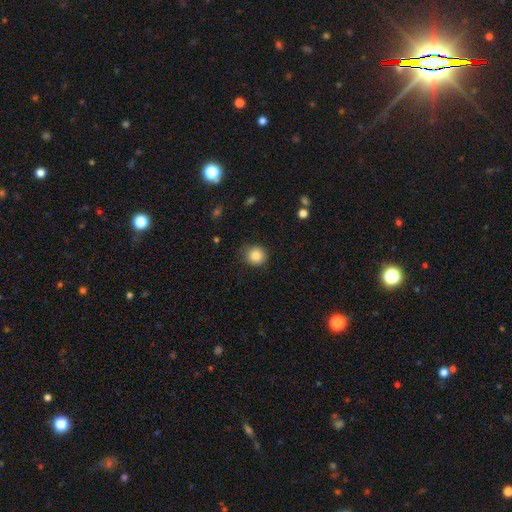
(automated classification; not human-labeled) This is clearly a smooth galaxy (85%). How rounded: clearly round (90%). Merging: clearly none (86%).